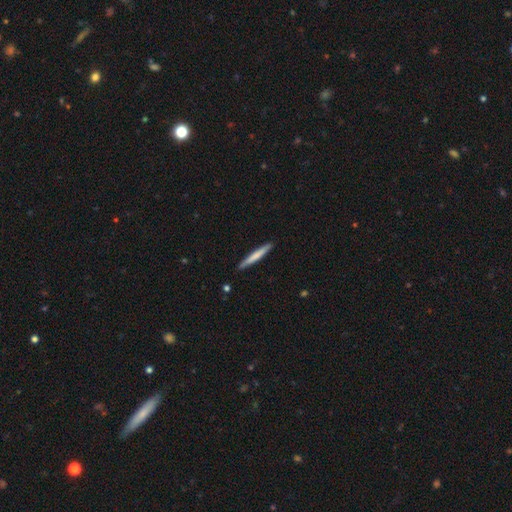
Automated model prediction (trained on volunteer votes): Smooth or featured: smooth — 66% (featured or disk — 29%)
How rounded: cigar-shaped — 96% (in between — 3%)
Merging: none — 90% (minor disturbance — 7%)